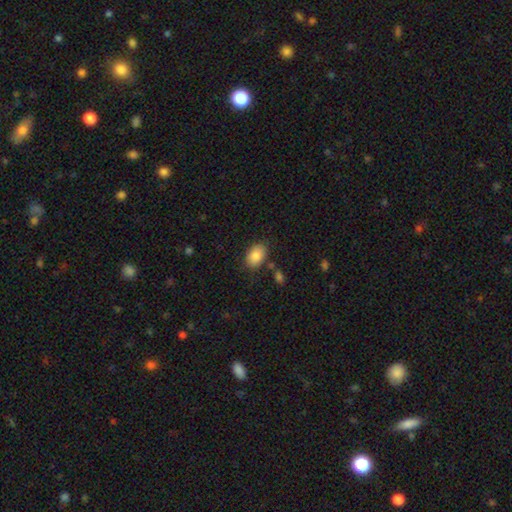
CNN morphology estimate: Q: Smooth or featured?
A: smooth (86%); runner-up: featured or disk (7%)
Q: How rounded?
A: in between (85%); runner-up: round (14%)
Q: Merging?
A: none (80%); runner-up: minor disturbance (13%)